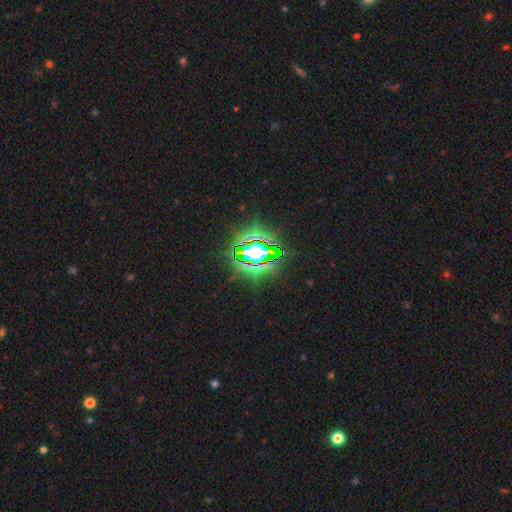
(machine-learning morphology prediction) The model was most divided on "smooth or featured": star or artifact: 77%, smooth: 13%, featured or disk: 10%.